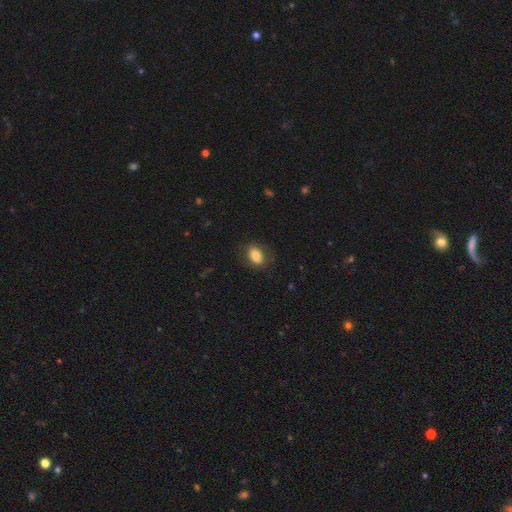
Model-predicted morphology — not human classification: The model was most divided on "how rounded": in between: 77%, round: 22%, cigar-shaped: 1%. More confident: smooth or featured — smooth (78%); merging — none (77%).